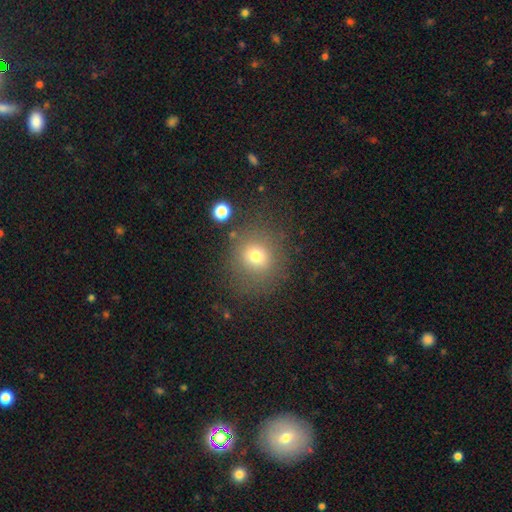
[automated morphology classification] Smooth or featured?
  - smooth: 72% *
  - star or artifact: 16%
  - featured or disk: 12%
How rounded?
  - round: 83% *
  - in between: 16%
  - cigar-shaped: 1%
Merging?
  - none: 77% *
  - minor disturbance: 13%
  - major disturbance: 7%
  - merger: 3%